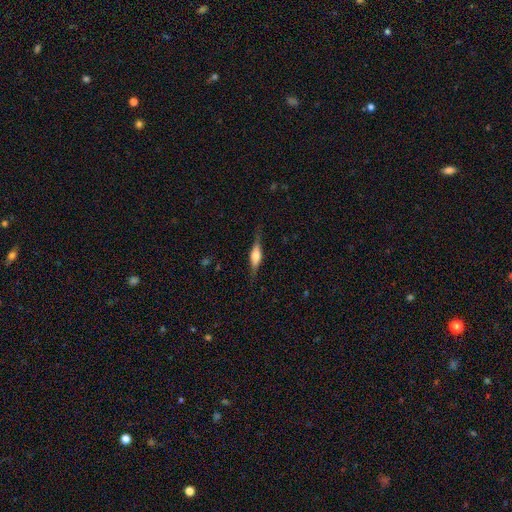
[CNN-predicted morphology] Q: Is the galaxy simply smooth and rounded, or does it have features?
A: featured or disk — 61%.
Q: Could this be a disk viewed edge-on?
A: yes — 95%.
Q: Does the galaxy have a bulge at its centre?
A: rounded — 85%.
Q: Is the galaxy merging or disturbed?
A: none — 82%.